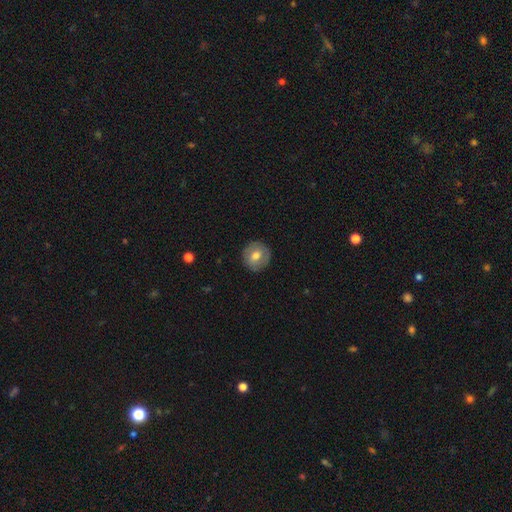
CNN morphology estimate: The model was most divided on "smooth or featured": smooth: 63%, featured or disk: 30%, star or artifact: 7%. More confident: how rounded — round (90%); merging — none (88%).